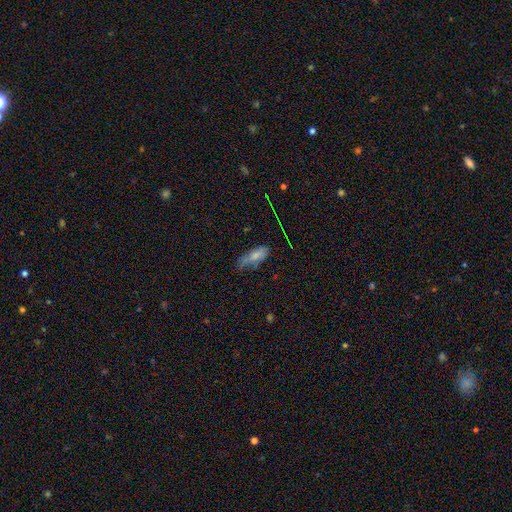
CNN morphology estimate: This appears to be a smooth galaxy with no disk features (71%) that is in between round and cigar-shaped (73%). Merging: none (50%).